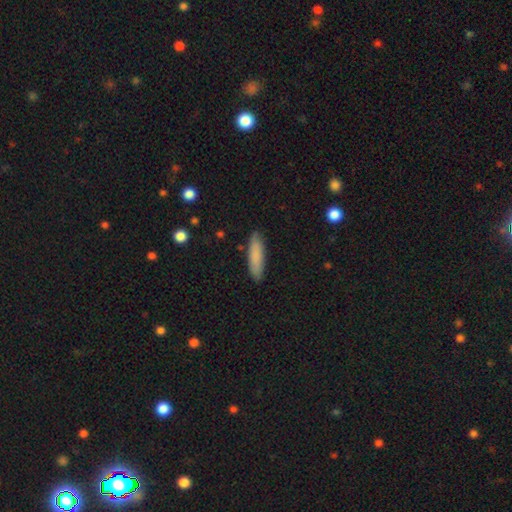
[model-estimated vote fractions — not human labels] smooth-or-featured: smooth: 84% | featured or disk: 10% | star or artifact: 6%
  how-rounded: cigar-shaped: 73% | in between: 26% | round: 1%
  merging: none: 88% | minor disturbance: 9% | major disturbance: 2% | merger: 1%